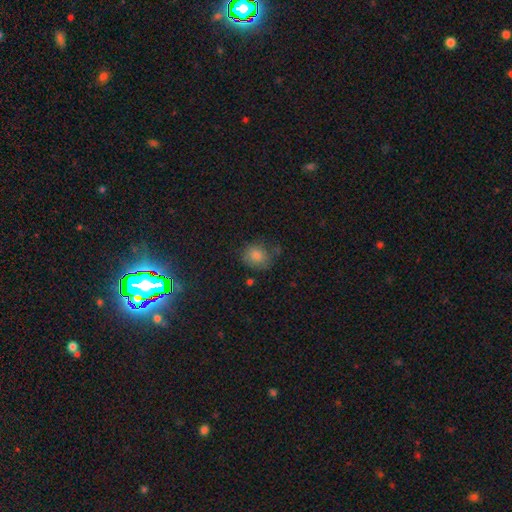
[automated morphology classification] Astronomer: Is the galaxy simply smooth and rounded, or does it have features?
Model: smooth — 74%.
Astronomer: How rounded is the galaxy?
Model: round — 70%.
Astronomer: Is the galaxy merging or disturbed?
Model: none — 70%.